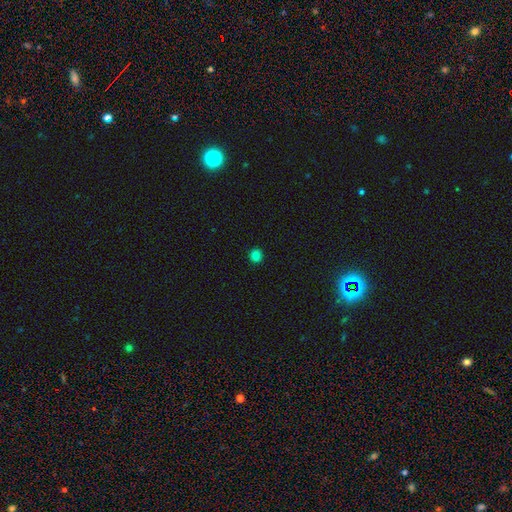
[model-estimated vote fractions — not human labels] smooth_or_featured: smooth (p=0.82) [alt: star or artifact p=0.14]
how_rounded: round (p=0.88) [alt: in between p=0.11]
merging: none (p=0.92) [alt: minor disturbance p=0.05]